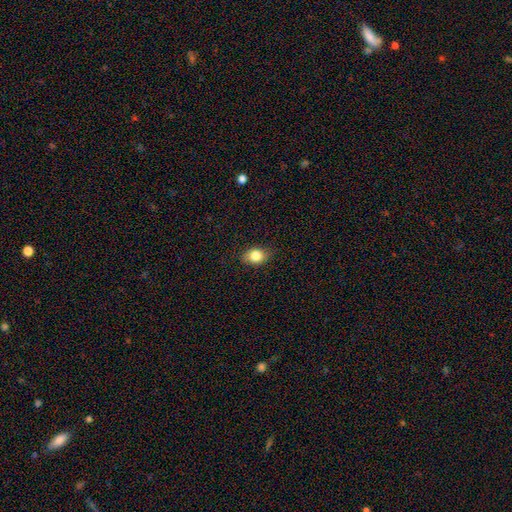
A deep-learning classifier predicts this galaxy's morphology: Smooth or featured?
  - smooth: 82% *
  - star or artifact: 9%
  - featured or disk: 9%
How rounded?
  - in between: 67% *
  - round: 31%
  - cigar-shaped: 2%
Merging?
  - none: 83% *
  - minor disturbance: 13%
  - major disturbance: 3%
  - merger: 1%